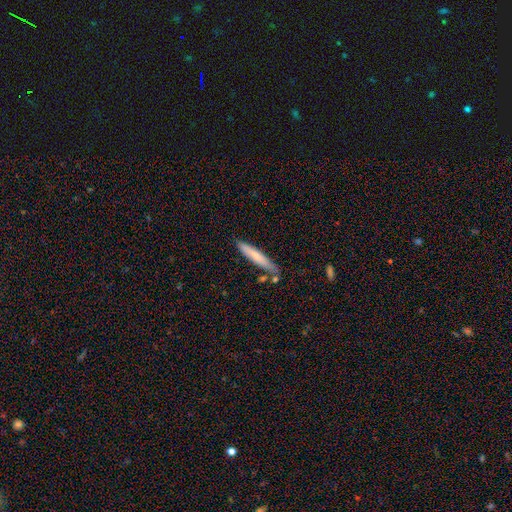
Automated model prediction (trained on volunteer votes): Smooth or featured?
  - smooth: 66% *
  - featured or disk: 28%
  - star or artifact: 6%
How rounded?
  - cigar-shaped: 93% *
  - in between: 6%
  - round: 1%
Merging?
  - none: 79% *
  - minor disturbance: 14%
  - merger: 5%
  - major disturbance: 2%